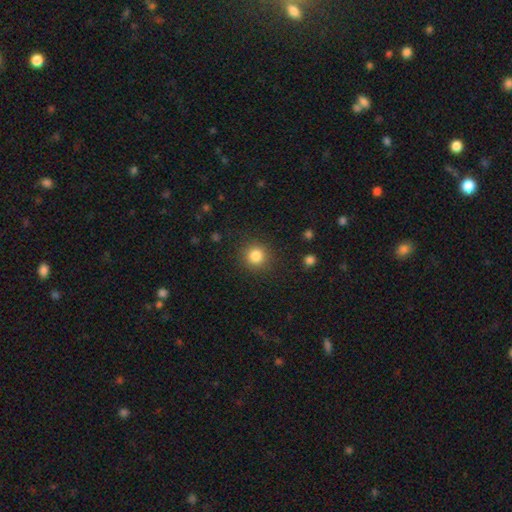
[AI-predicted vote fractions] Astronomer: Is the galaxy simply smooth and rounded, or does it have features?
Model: smooth — 84%.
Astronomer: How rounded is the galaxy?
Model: round — 93%.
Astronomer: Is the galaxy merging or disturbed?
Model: none — 89%.